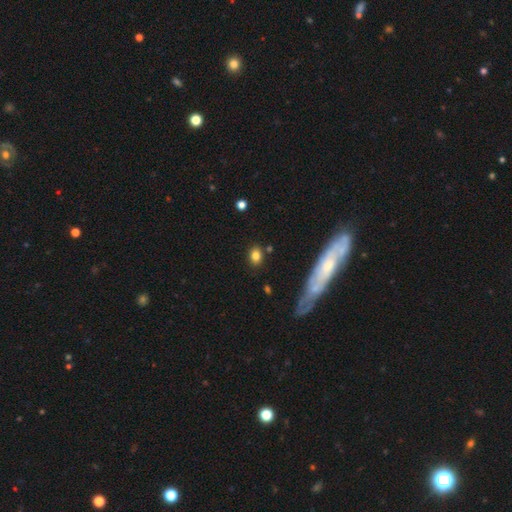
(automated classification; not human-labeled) smooth_or_featured: smooth (p=0.81) [alt: star or artifact p=0.10]
how_rounded: in between (p=0.60) [alt: round p=0.37]
merging: none (p=0.83) [alt: minor disturbance p=0.11]